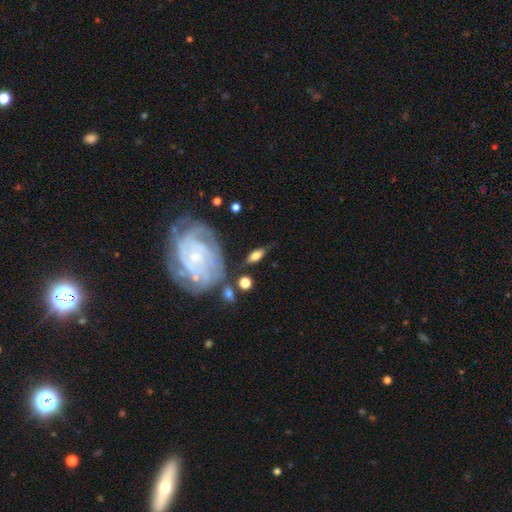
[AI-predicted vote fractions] Morphology: type=smooth (53%); roundness=in between (75%); merging=none (66%).